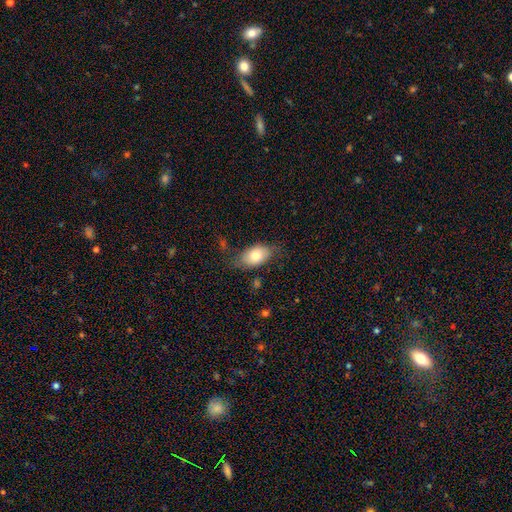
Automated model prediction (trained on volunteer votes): Q: Smooth or featured?
A: smooth (73%); runner-up: featured or disk (20%)
Q: How rounded?
A: in between (89%); runner-up: round (9%)
Q: Merging?
A: none (67%); runner-up: minor disturbance (23%)